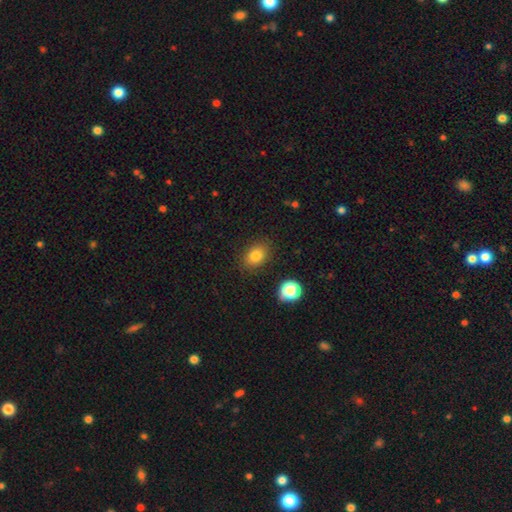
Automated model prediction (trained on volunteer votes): smooth 81%, star or artifact 11%, featured or disk 8%. Down the decision tree: how rounded — in between (67%); merging — none (84%).